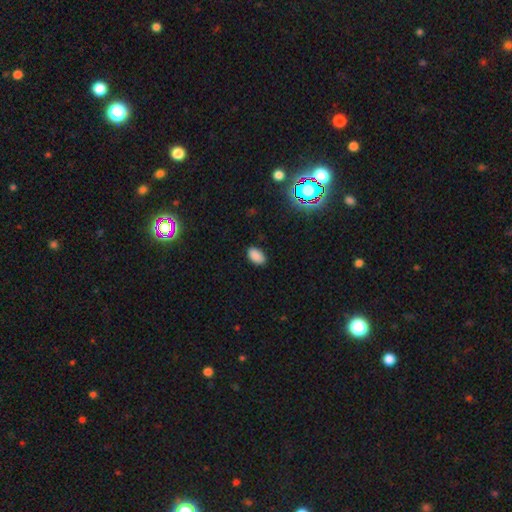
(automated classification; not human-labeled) smooth 86%, star or artifact 11%, featured or disk 3%. Down the decision tree: how rounded — in between (93%); merging — none (86%).